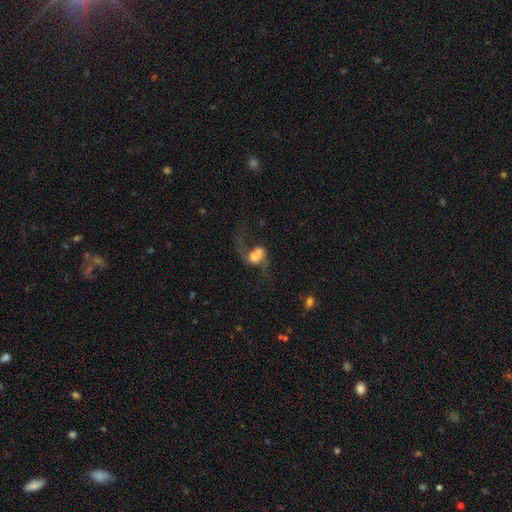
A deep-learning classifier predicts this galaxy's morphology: smooth-or-featured: featured or disk: 50% | smooth: 39% | star or artifact: 11%
  disk-edge-on: no: 95% | yes: 5%
  merging: major disturbance: 35% | merger: 31% | none: 23% | minor disturbance: 11%